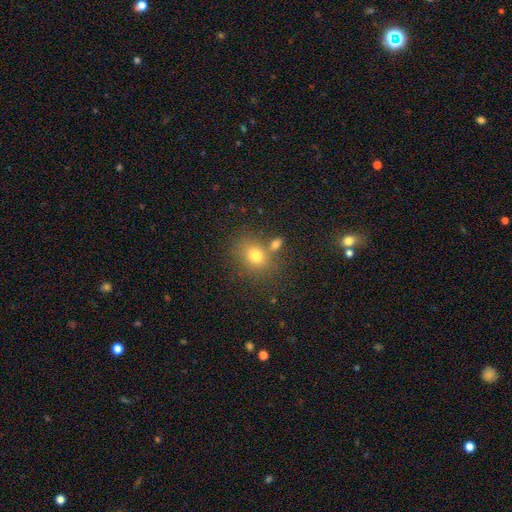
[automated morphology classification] smooth_or_featured: smooth (p=0.75) [alt: star or artifact p=0.14]
how_rounded: in between (p=0.51) [alt: round p=0.48]
merging: none (p=0.66) [alt: merger p=0.17]